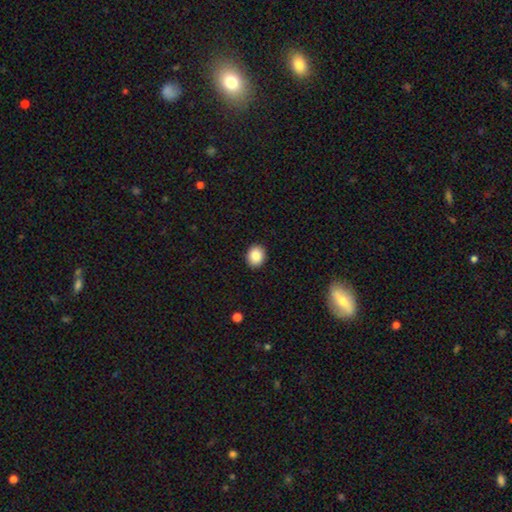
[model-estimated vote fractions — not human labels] Q: Smooth or featured?
A: smooth (87%); runner-up: star or artifact (9%)
Q: How rounded?
A: round (63%); runner-up: in between (36%)
Q: Merging?
A: none (91%); runner-up: minor disturbance (6%)